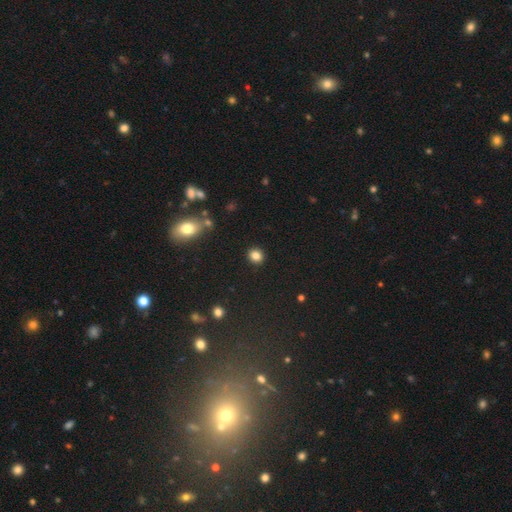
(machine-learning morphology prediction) Smooth or featured: smooth — 84% (star or artifact — 11%)
How rounded: round — 81% (in between — 18%)
Merging: none — 90% (minor disturbance — 6%)